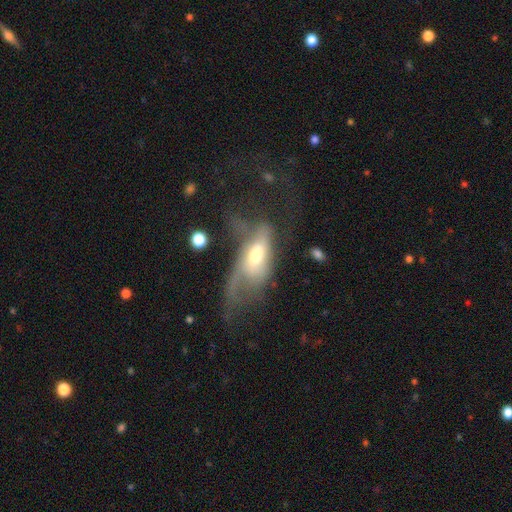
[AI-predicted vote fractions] This appears to be a featured or disk galaxy (50%). Merging: major disturbance (55%).